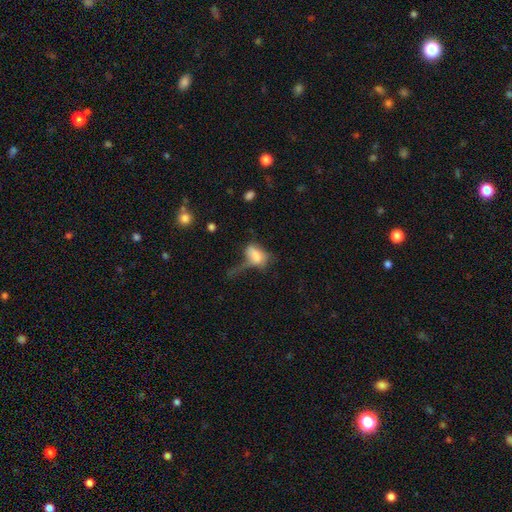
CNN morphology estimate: Smooth or featured? Predicted: smooth (p=0.66). How rounded? Predicted: in between (p=0.86). Merging? Predicted: major disturbance (p=0.49).